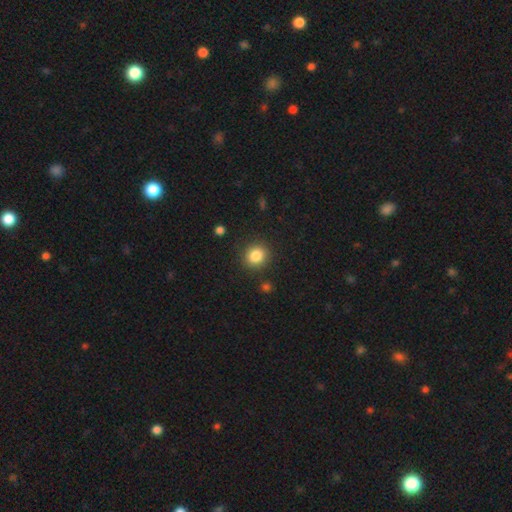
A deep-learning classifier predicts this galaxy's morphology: Q: Smooth or featured?
A: smooth (85%); runner-up: star or artifact (10%)
Q: How rounded?
A: round (84%); runner-up: in between (15%)
Q: Merging?
A: none (88%); runner-up: minor disturbance (7%)